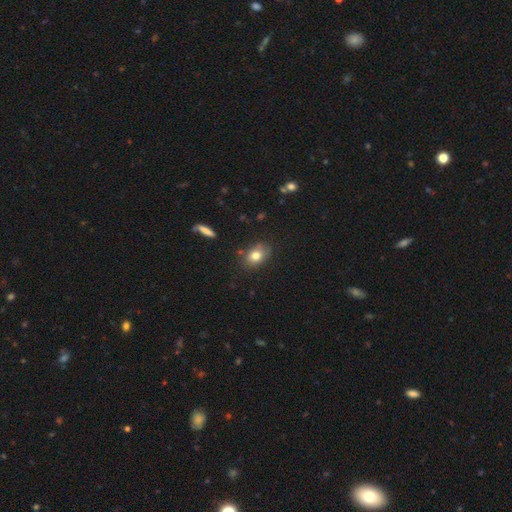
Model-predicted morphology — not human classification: smooth_or_featured: smooth (p=0.78) [alt: featured or disk p=0.12]
how_rounded: in between (p=0.69) [alt: round p=0.29]
merging: none (p=0.77) [alt: minor disturbance p=0.16]